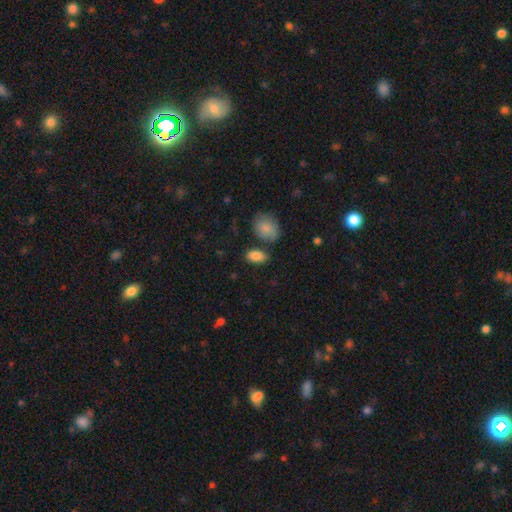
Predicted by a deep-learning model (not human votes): Morphology: type=smooth (87%); roundness=in between (91%); merging=none (74%).